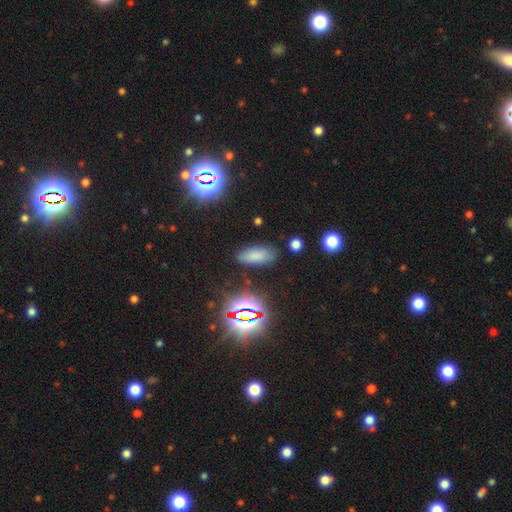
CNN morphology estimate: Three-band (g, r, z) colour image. It shows a smooth galaxy with no disk features (73%) that is in between round and cigar-shaped (83%). Merging: none (81%).